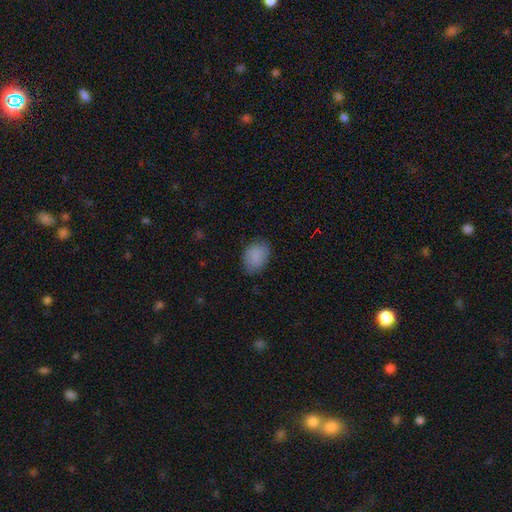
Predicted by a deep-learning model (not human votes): This is clearly a smooth galaxy (87%). How rounded: likely in between (72%). Merging: likely none (77%).